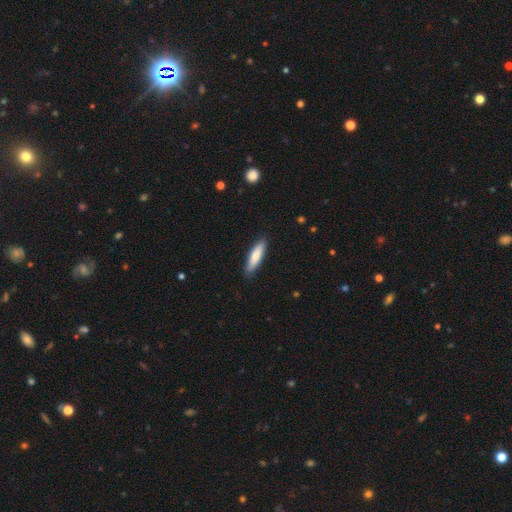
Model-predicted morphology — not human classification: This appears to be a smooth galaxy with no disk features (76%) that is cigar-shaped (74%). Merging: none (88%).